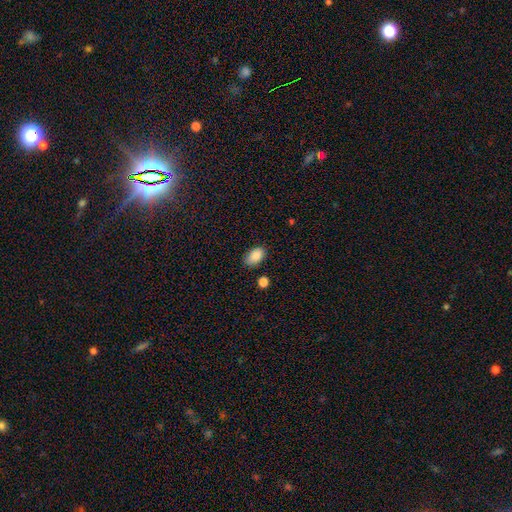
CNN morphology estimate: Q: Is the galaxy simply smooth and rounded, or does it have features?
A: smooth — 87%.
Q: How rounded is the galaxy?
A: in between — 91%.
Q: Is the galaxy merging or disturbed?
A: none — 77%.